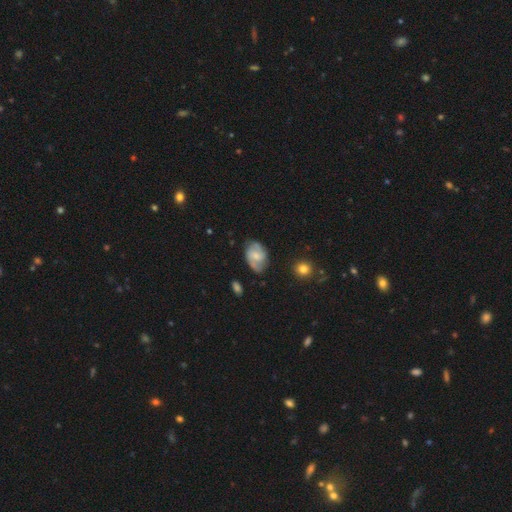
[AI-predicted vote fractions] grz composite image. It shows a featured or disk galaxy (62%) with a weak bar (50%), 2 (81%) medium (48%) spiral arms (90%) and a small central bulge (47%). Merging: none (73%).